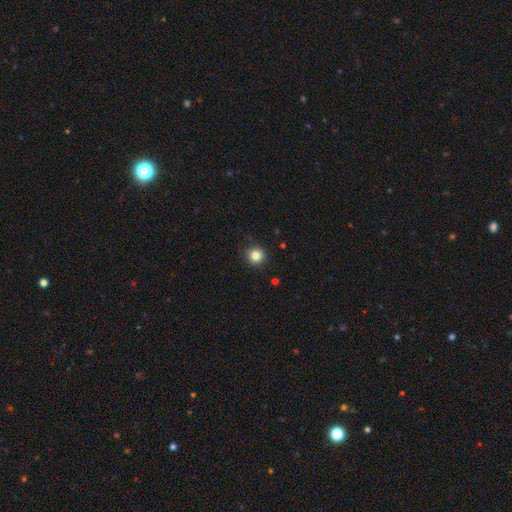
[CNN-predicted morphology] This appears to be a smooth galaxy with no disk features (84%) that is round (94%). Merging: none (89%).